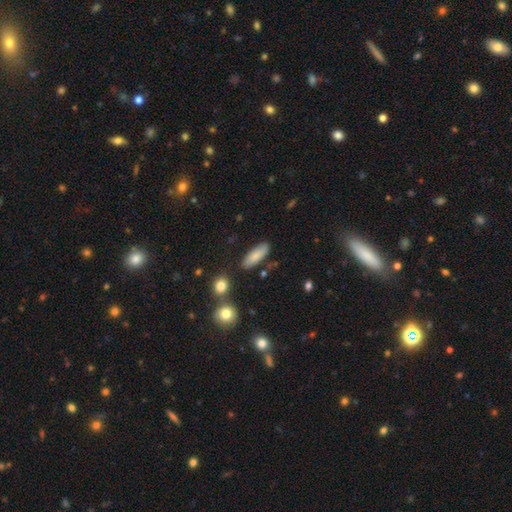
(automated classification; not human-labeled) The model was most divided on "how rounded": in between: 63%, cigar-shaped: 34%, round: 2%. More confident: merging — none (82%); smooth or featured — smooth (82%).